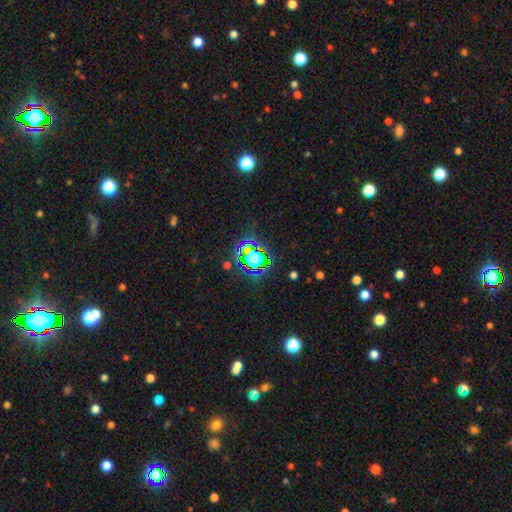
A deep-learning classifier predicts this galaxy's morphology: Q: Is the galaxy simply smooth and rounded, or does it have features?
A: star or artifact — 60%.